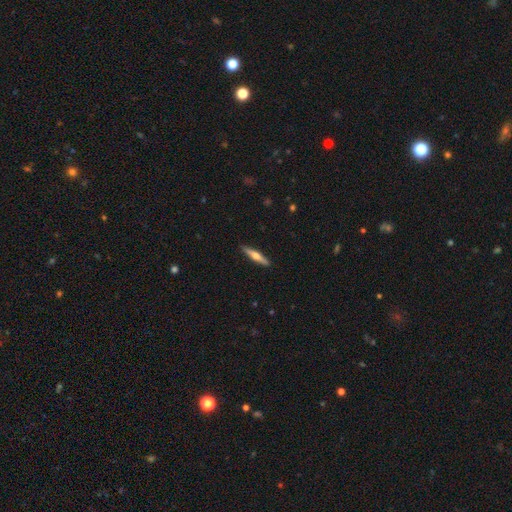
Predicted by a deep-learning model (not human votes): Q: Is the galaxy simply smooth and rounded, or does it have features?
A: featured or disk — 57%.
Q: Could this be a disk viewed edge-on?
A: yes — 96%.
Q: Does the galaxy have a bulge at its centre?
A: rounded — 91%.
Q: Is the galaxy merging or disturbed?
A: none — 91%.